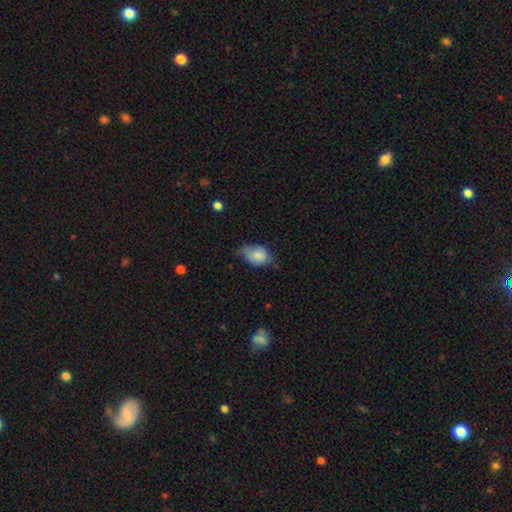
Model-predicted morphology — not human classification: This appears to be a smooth galaxy with no disk features (80%) that is in between round and cigar-shaped (86%). Merging: none (46%).